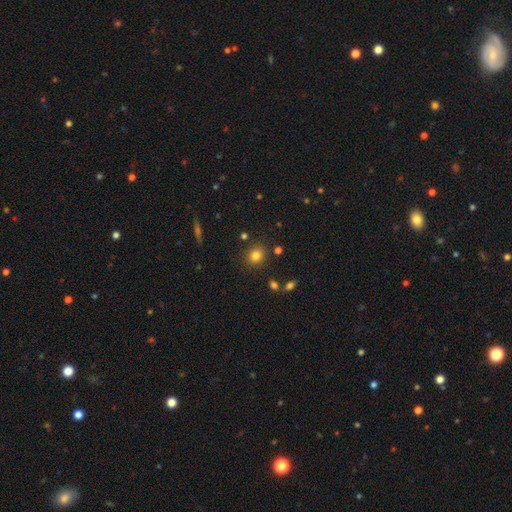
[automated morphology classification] A smooth galaxy with no disk features (80%) that is round (74%). Merging: none (84%).